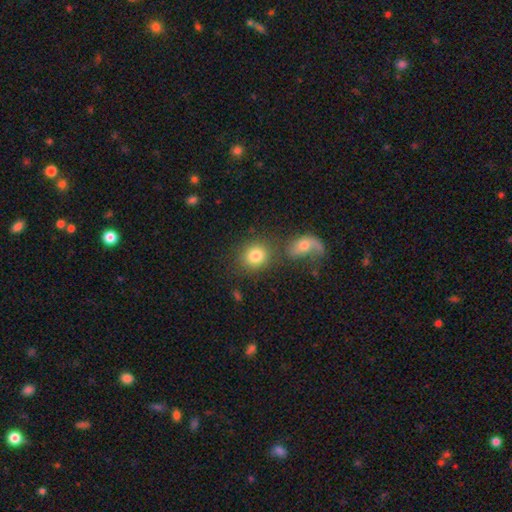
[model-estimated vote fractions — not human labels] This is clearly a smooth galaxy (81%). How rounded: likely round (73%). Merging: likely none (61%).